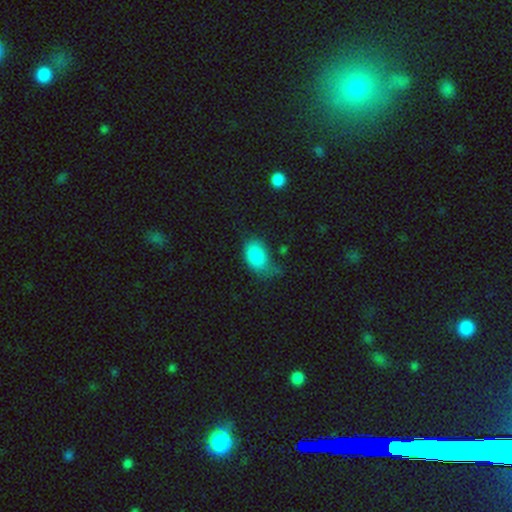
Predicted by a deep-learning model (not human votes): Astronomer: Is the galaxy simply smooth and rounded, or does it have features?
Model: smooth — 84%.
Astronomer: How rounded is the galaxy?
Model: in between — 85%.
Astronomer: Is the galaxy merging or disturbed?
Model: none — 38% (runner-up: minor disturbance, 37%).